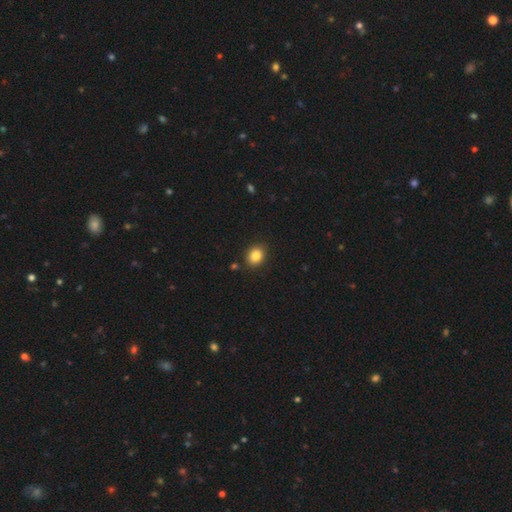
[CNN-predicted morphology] type=smooth (85%); roundness=in between (51%); merging=none (86%).